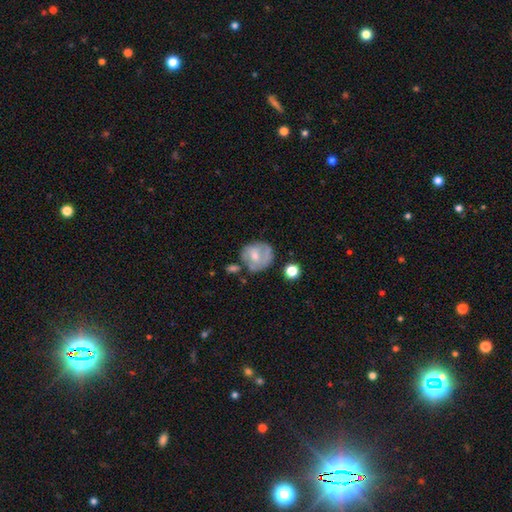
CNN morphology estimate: Q: Smooth or featured?
A: smooth (48%); runner-up: featured or disk (44%)
Q: Merging?
A: none (53%); runner-up: minor disturbance (24%)